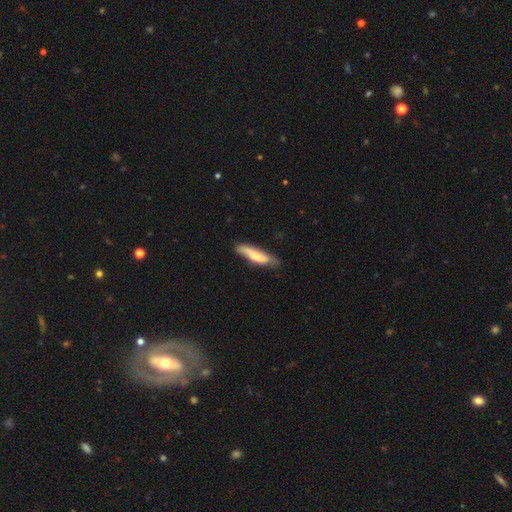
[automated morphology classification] Smooth or featured? Predicted: smooth (p=0.60). How rounded? Predicted: cigar-shaped (p=0.73). Merging? Predicted: none (p=0.67).